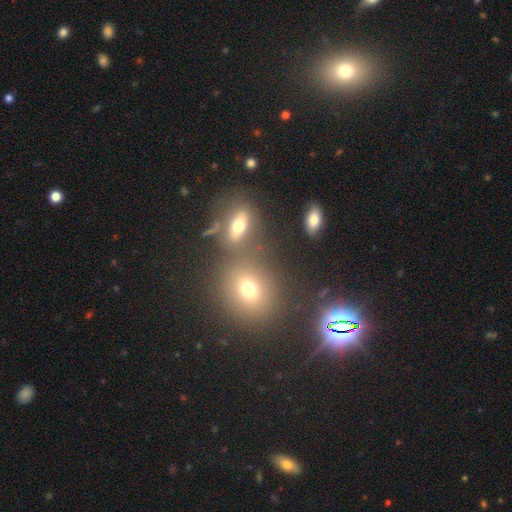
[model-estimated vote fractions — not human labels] smooth-or-featured: smooth: 47% | star or artifact: 33% | featured or disk: 20%
  merging: none: 55% | merger: 31% | minor disturbance: 9% | major disturbance: 5%